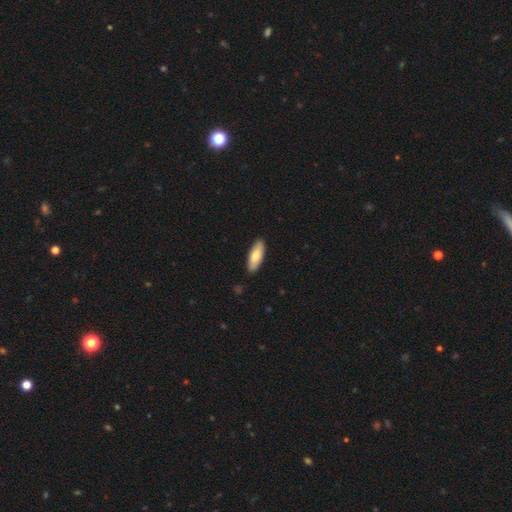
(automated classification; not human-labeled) The model was most divided on "how rounded": in between: 65%, cigar-shaped: 33%, round: 2%. More confident: merging — none (89%); smooth or featured — smooth (77%).